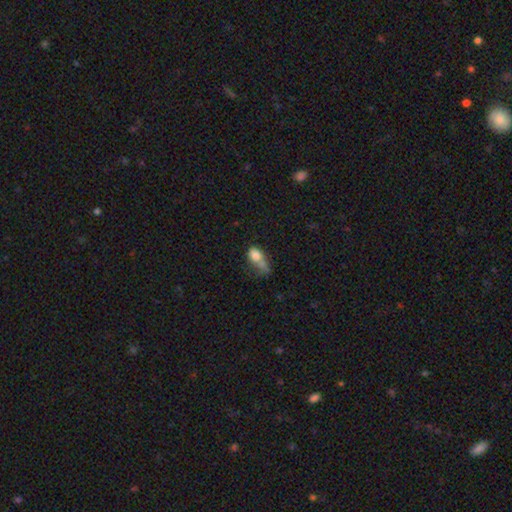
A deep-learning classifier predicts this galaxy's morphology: Smooth or featured? smooth (76%)
How rounded? in between (70%)
Merging? merger (39%)